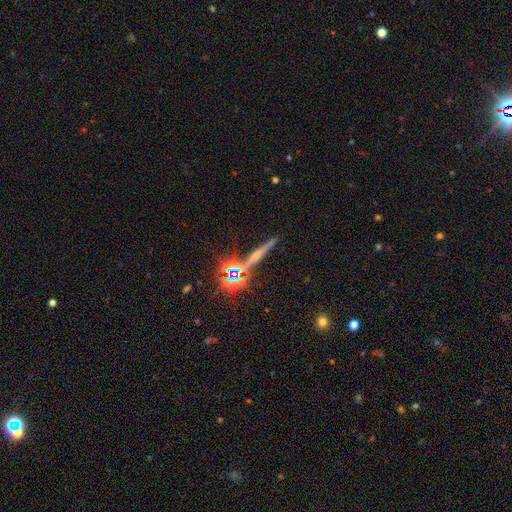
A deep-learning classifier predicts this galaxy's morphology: Smooth or featured? featured or disk (54%)
Edge-on disk? yes (93%)
Merging? none (81%)